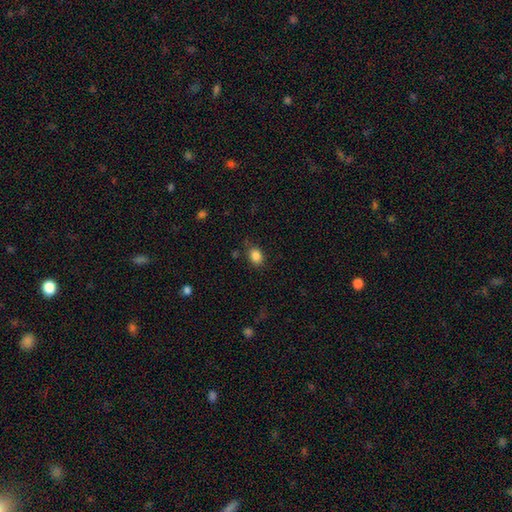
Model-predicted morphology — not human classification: Smooth or featured? smooth (86%)
How rounded? in between (60%)
Merging? none (78%)